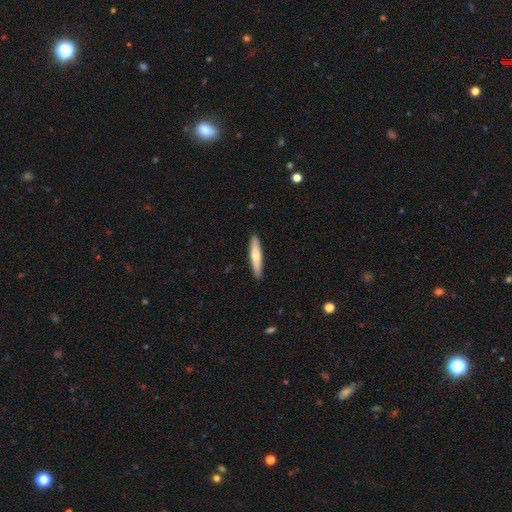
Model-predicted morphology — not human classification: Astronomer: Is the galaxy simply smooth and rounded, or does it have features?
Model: smooth — 63%.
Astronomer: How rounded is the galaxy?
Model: cigar-shaped — 88%.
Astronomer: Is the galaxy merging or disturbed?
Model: none — 91%.